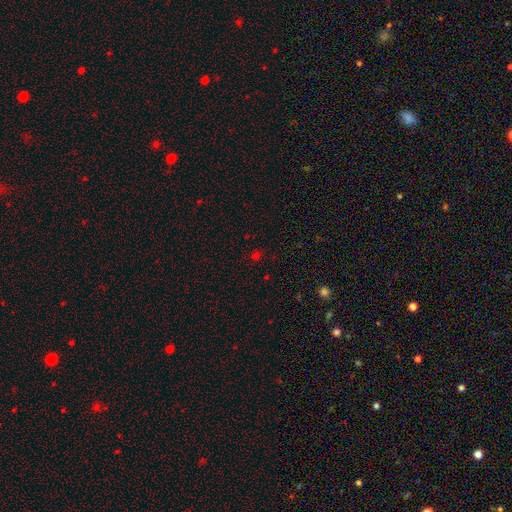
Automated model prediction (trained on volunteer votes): A smooth galaxy with no disk features (51%) that is round (80%).

Vote fractions:
- Smooth or featured? smooth: 51% / star or artifact: 43% / featured or disk: 6%
- How rounded? round: 80% / in between: 19% / cigar-shaped: 1%
- Merging? none: 83% / minor disturbance: 10% / major disturbance: 4% / merger: 3%